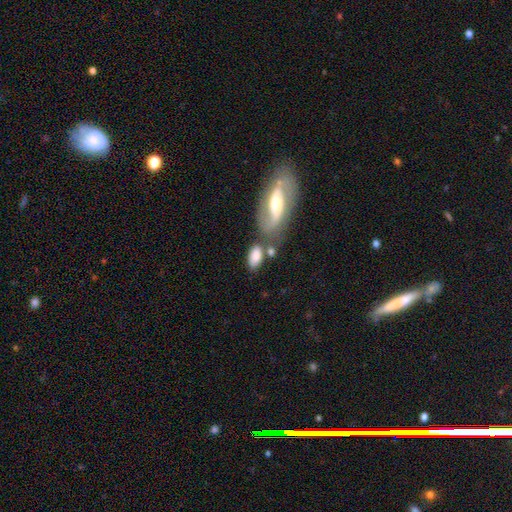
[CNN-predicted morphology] Smooth or featured: smooth — 77% (featured or disk — 16%)
How rounded: in between — 91% (round — 5%)
Merging: none — 45% (merger — 30%)